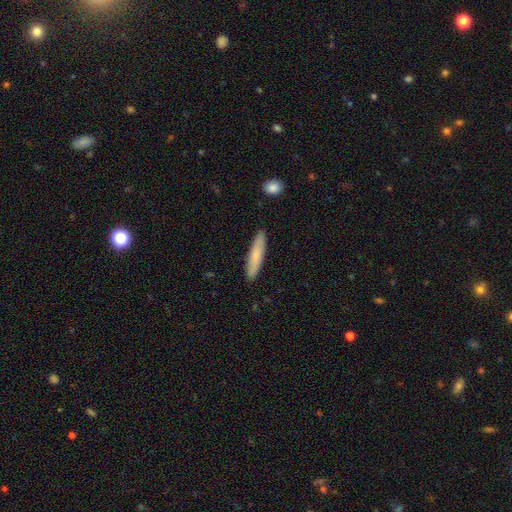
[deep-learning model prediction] Overall: smooth (79%). How rounded: cigar-shaped (84%). Merging: none (88%).